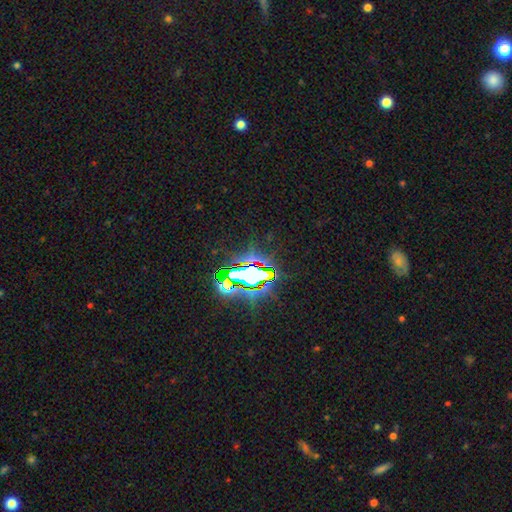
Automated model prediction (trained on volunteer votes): Smooth or featured: star or artifact — 83% (smooth — 9%)